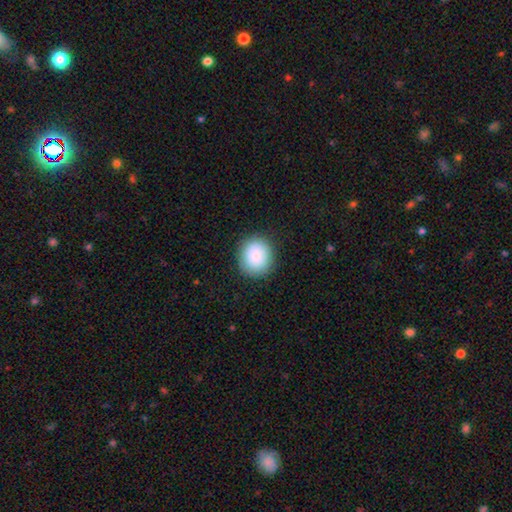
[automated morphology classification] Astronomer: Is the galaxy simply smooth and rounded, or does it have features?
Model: smooth — 88%.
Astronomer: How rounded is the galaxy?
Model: round — 78%.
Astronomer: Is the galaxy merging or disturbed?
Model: none — 87%.